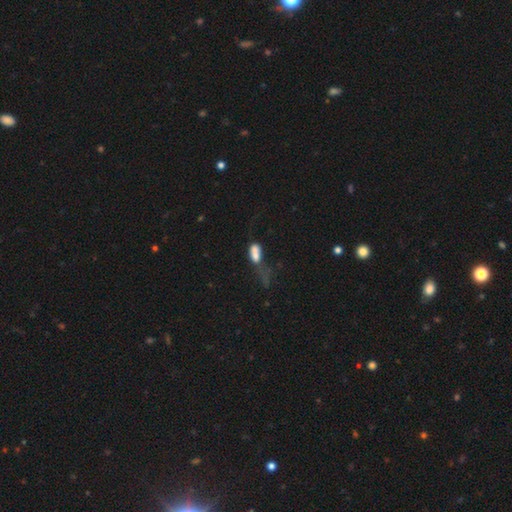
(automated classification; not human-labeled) Smooth or featured?
  - smooth: 66% *
  - featured or disk: 22%
  - star or artifact: 12%
How rounded?
  - in between: 76% *
  - cigar-shaped: 12%
  - round: 12%
Merging?
  - merger: 40% *
  - major disturbance: 33%
  - none: 14%
  - minor disturbance: 13%